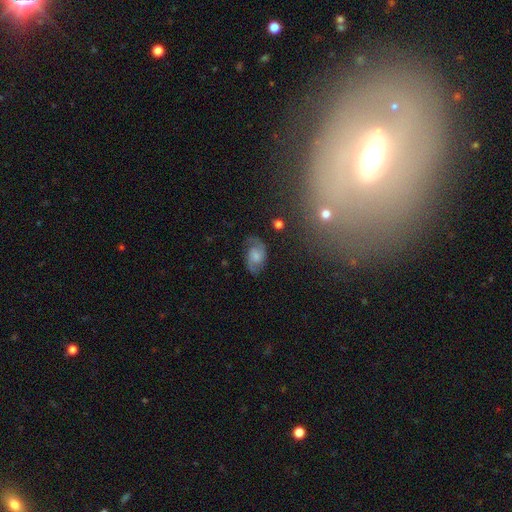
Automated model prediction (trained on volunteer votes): Smooth or featured?
  - featured or disk: 64% *
  - smooth: 27%
  - star or artifact: 8%
Edge-on disk?
  - no: 96% *
  - yes: 4%
Bar?
  - no: 57% *
  - weak: 37%
  - strong: 6%
Spiral arms?
  - yes: 93% *
  - no: 7%
Spiral winding?
  - medium: 49% *
  - loose: 26%
  - tight: 25%
Spiral arm count?
  - 2: 84% *
  - can't tell: 8%
  - 1: 5%
  - 3: 2%
  - 4: 1%
  - more than 4: 1%
Bulge size?
  - moderate: 31% *
  - none: 27%
  - small: 26%
  - large: 14%
  - dominant: 2%
Merging?
  - none: 69% *
  - minor disturbance: 20%
  - major disturbance: 9%
  - merger: 2%